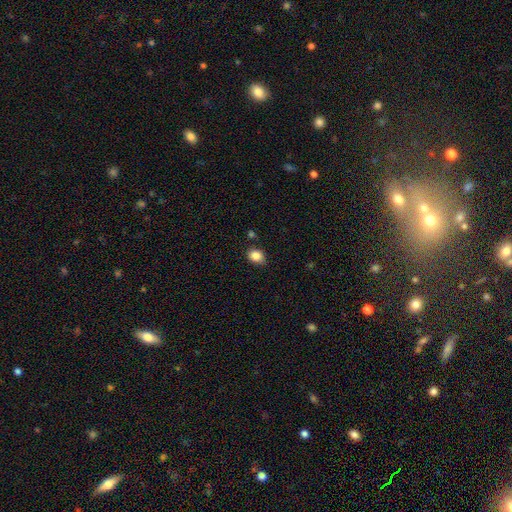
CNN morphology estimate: Q: Smooth or featured?
A: smooth (86%); runner-up: star or artifact (9%)
Q: How rounded?
A: in between (59%); runner-up: round (40%)
Q: Merging?
A: none (79%); runner-up: minor disturbance (15%)